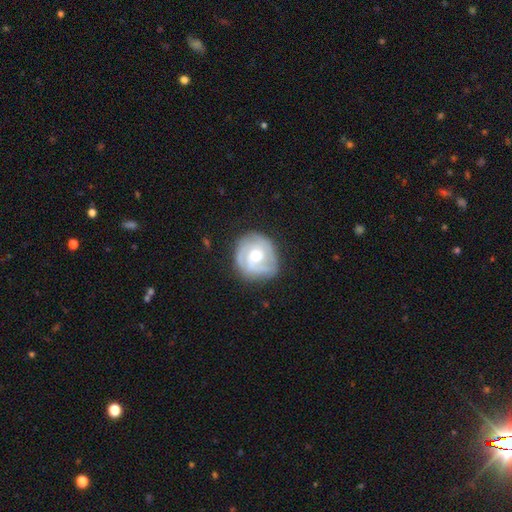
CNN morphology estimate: A featured or disk galaxy (72%) with no bar (72%), 2 (33%) tight (60%) spiral arms (87%) and a moderate central bulge (64%).

Vote fractions:
- Smooth or featured? featured or disk: 72% / smooth: 23% / star or artifact: 5%
- Edge-on disk? no: 97% / yes: 3%
- Bar? no: 72% / weak: 23% / strong: 5%
- Spiral arms? yes: 87% / no: 13%
- Spiral winding? tight: 60% / medium: 30% / loose: 9%
- Spiral arm count? 2: 33% / can't tell: 29% / 3: 23% / 1: 7% / 4: 4% / more than 4: 3%
- Bulge size? moderate: 64% / small: 22% / large: 11% / none: 1% / dominant: 1%
- Merging? none: 74% / minor disturbance: 18% / major disturbance: 7% / merger: 1%